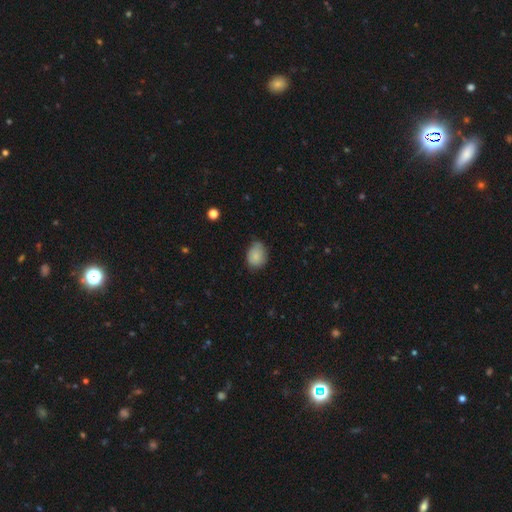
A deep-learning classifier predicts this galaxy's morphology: type=smooth (85%); roundness=in between (64%); merging=none (62%).